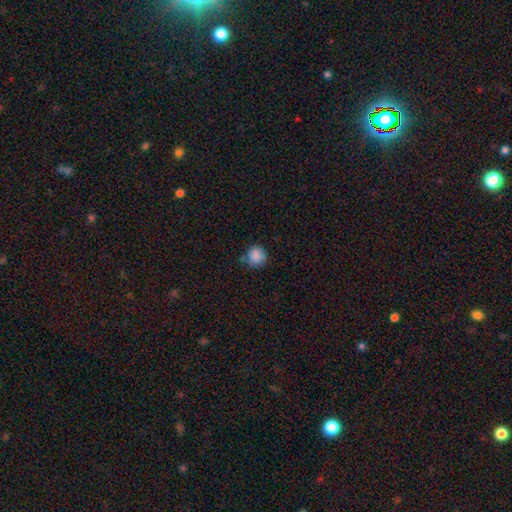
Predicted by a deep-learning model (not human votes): Smooth or featured?
  - smooth: 86% *
  - star or artifact: 9%
  - featured or disk: 5%
How rounded?
  - round: 90% *
  - in between: 9%
  - cigar-shaped: 1%
Merging?
  - none: 70% *
  - minor disturbance: 20%
  - merger: 6%
  - major disturbance: 4%